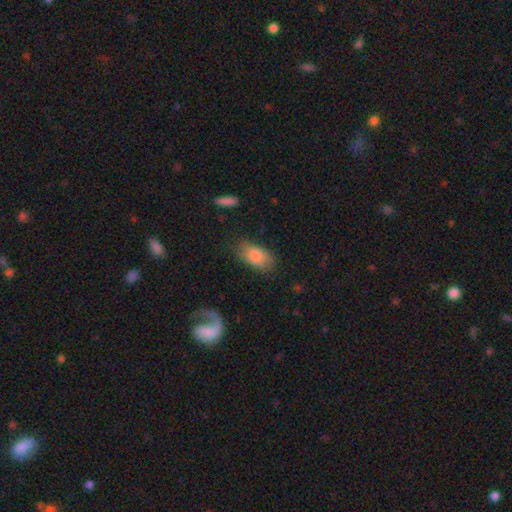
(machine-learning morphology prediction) Overall: smooth (84%). How rounded: in between (92%). Merging: none (68%).